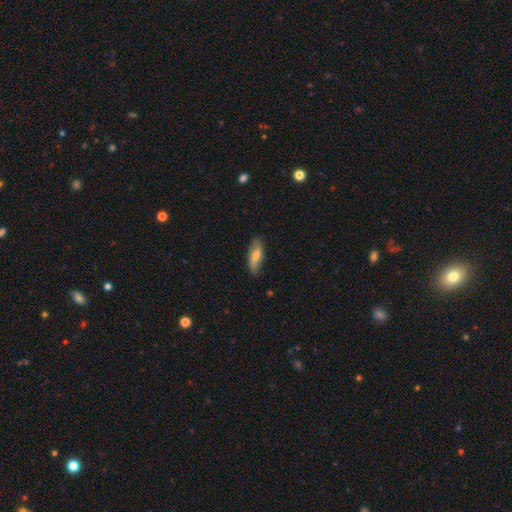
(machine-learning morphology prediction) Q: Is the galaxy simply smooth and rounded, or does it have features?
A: smooth — 63%.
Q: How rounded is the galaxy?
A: in between — 66%.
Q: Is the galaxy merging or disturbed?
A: none — 76%.